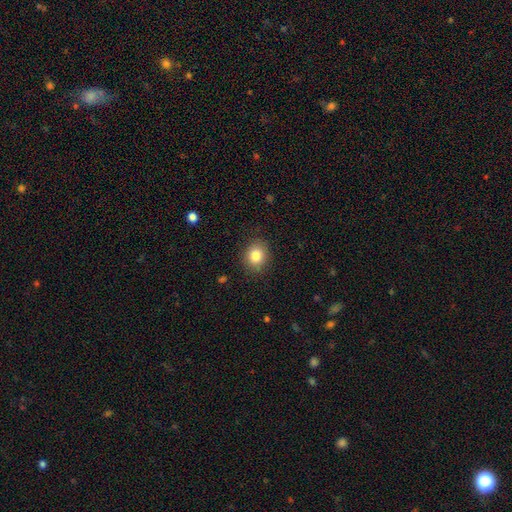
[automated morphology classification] Q: Smooth or featured?
A: smooth (83%); runner-up: star or artifact (10%)
Q: How rounded?
A: round (63%); runner-up: in between (36%)
Q: Merging?
A: none (87%); runner-up: minor disturbance (9%)